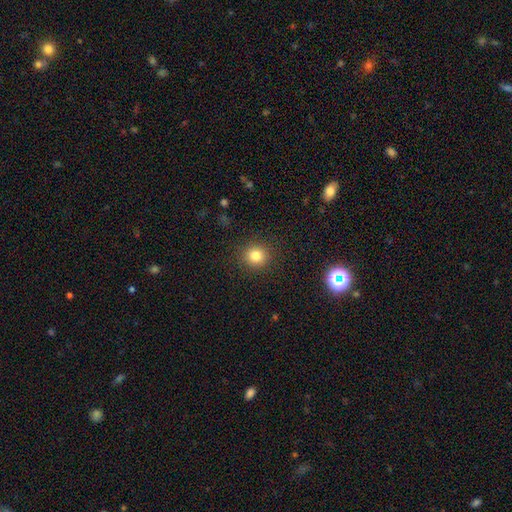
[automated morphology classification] Q: Smooth or featured?
A: smooth (82%); runner-up: star or artifact (12%)
Q: How rounded?
A: round (90%); runner-up: in between (9%)
Q: Merging?
A: none (90%); runner-up: minor disturbance (6%)